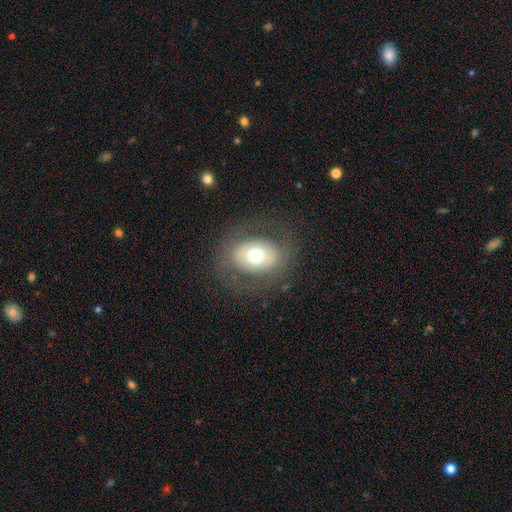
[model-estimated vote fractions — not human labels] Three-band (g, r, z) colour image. It shows a smooth galaxy with no disk features (56%) that is in between round and cigar-shaped (60%). Merging: none (77%).